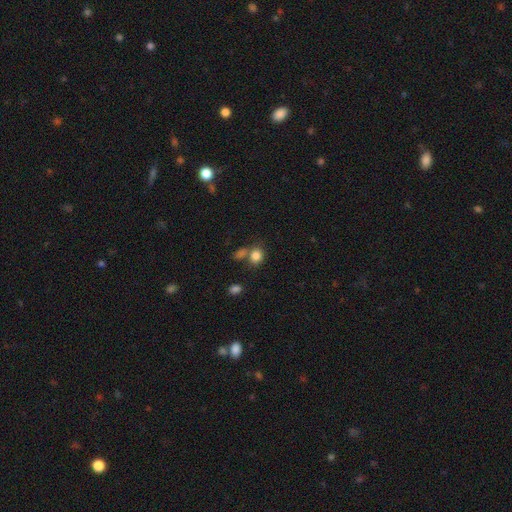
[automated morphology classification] smooth-or-featured: smooth: 83% | star or artifact: 11% | featured or disk: 6%
  how-rounded: round: 59% | in between: 39% | cigar-shaped: 1%
  merging: none: 54% | merger: 27% | minor disturbance: 13% | major disturbance: 6%